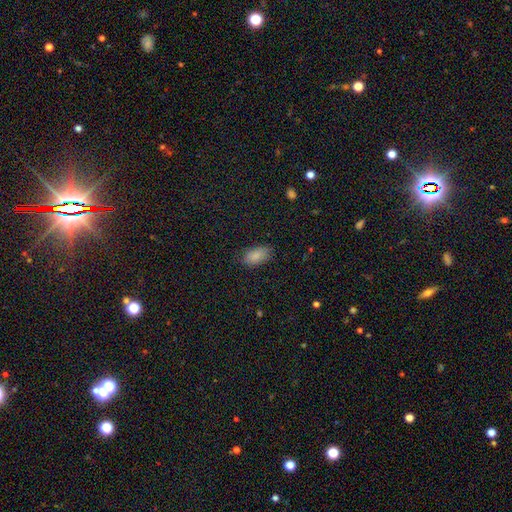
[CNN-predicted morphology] smooth_or_featured: smooth (p=0.85) [alt: star or artifact p=0.09]
how_rounded: in between (p=0.93) [alt: round p=0.04]
merging: none (p=0.80) [alt: minor disturbance p=0.16]